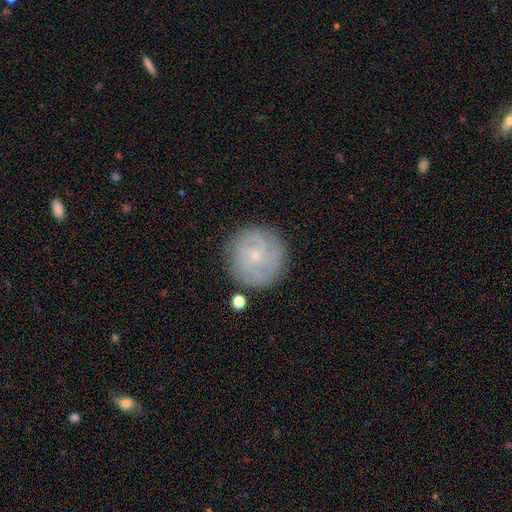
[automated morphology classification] Smooth or featured: featured or disk — 63% (smooth — 29%)
Edge-on disk: no — 98% (yes — 2%)
Bar: no — 78% (weak — 19%)
Spiral arms: yes — 85% (no — 15%)
Spiral winding: tight — 66% (medium — 26%)
Spiral arm count: can't tell — 39% (2 — 21%)
Bulge size: small — 84% (moderate — 12%)
Merging: none — 83% (minor disturbance — 12%)